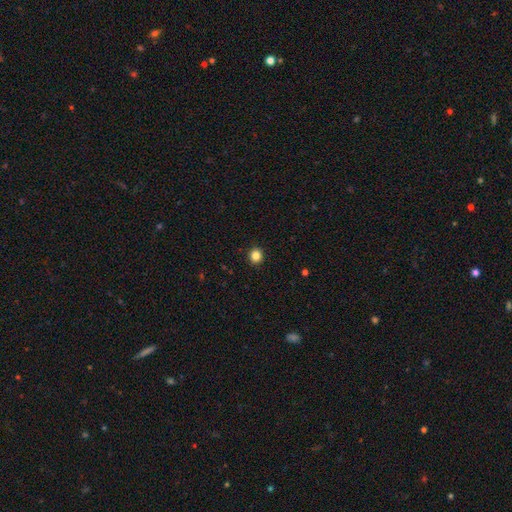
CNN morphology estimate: type=smooth (85%); roundness=round (88%); merging=none (93%).